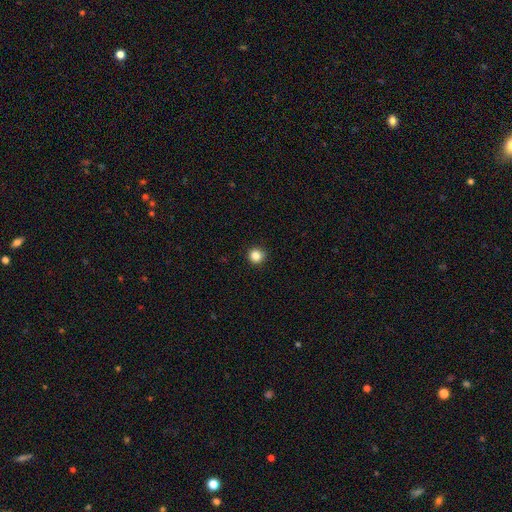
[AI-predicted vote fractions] Q: Smooth or featured?
A: smooth (84%); runner-up: star or artifact (11%)
Q: How rounded?
A: round (95%); runner-up: in between (4%)
Q: Merging?
A: none (92%); runner-up: minor disturbance (6%)